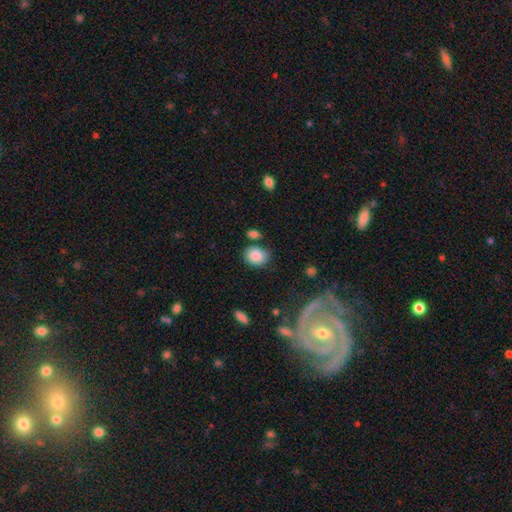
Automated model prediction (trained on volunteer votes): Smooth or featured? smooth (84%)
How rounded? round (55%)
Merging? none (67%)